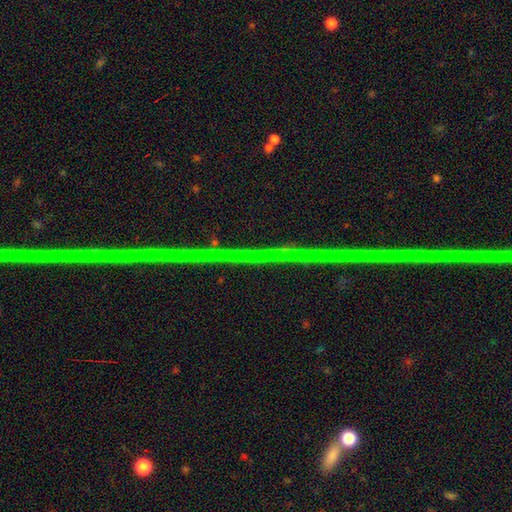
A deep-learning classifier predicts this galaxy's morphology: Smooth or featured? Predicted: star or artifact (p=0.86).